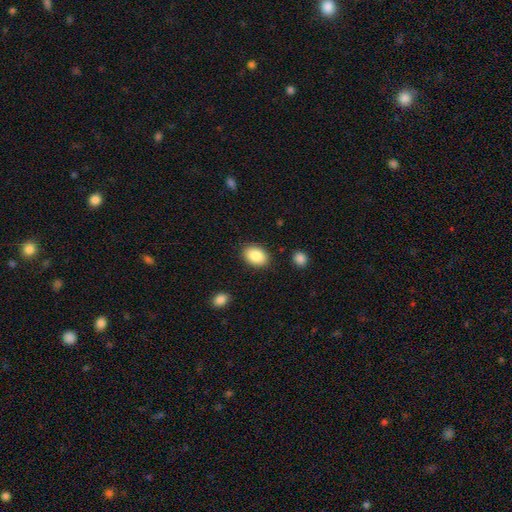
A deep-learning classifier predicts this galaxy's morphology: The model was most divided on "how rounded": in between: 81%, round: 18%, cigar-shaped: 1%. More confident: smooth or featured — smooth (88%); merging — none (87%).